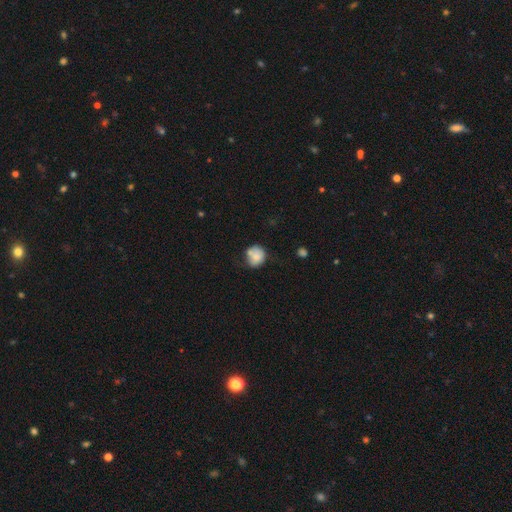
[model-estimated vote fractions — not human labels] This appears to be a smooth galaxy with no disk features (76%) that is round (73%). Merging: none (48%).